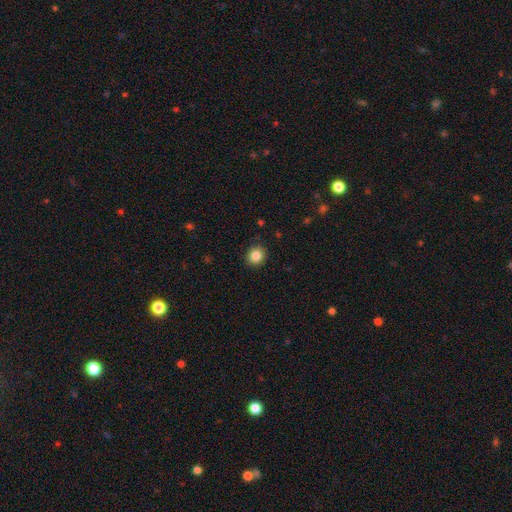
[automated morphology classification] This appears to be a smooth galaxy with no disk features (85%) that is round (85%). Merging: none (90%).